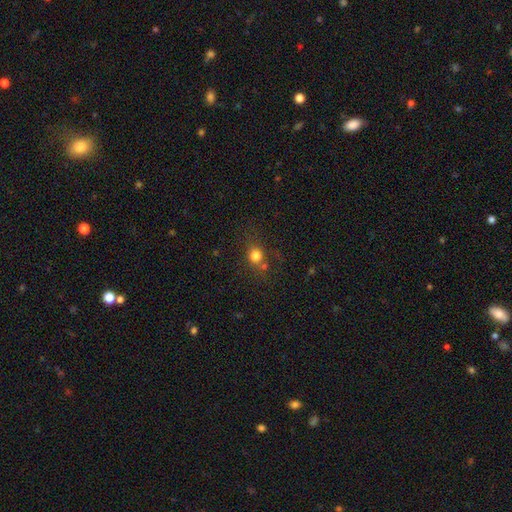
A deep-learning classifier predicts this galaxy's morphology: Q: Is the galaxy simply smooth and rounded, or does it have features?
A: smooth — 76%.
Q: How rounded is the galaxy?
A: round — 81%.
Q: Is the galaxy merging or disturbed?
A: none — 64%.